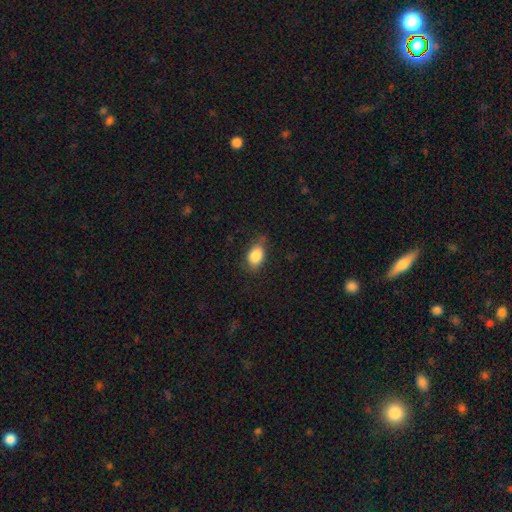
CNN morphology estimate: smooth 86%, star or artifact 8%, featured or disk 6%. Down the decision tree: how rounded — in between (84%); merging — none (71%).